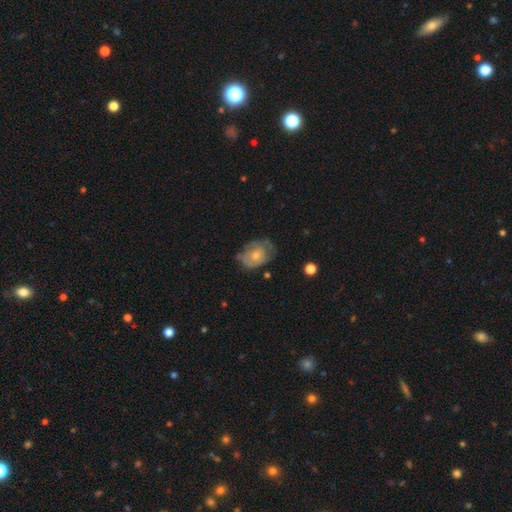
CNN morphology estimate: Smooth or featured? smooth (49%)
Merging? none (50%)